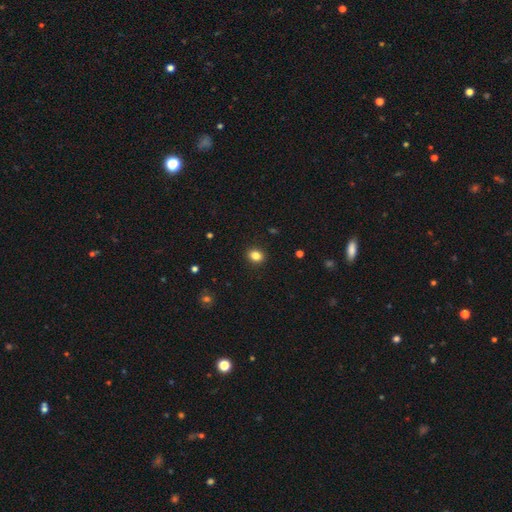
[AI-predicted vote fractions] smooth_or_featured: smooth (p=0.84) [alt: star or artifact p=0.11]
how_rounded: round (p=0.55) [alt: in between p=0.44]
merging: none (p=0.91) [alt: minor disturbance p=0.07]